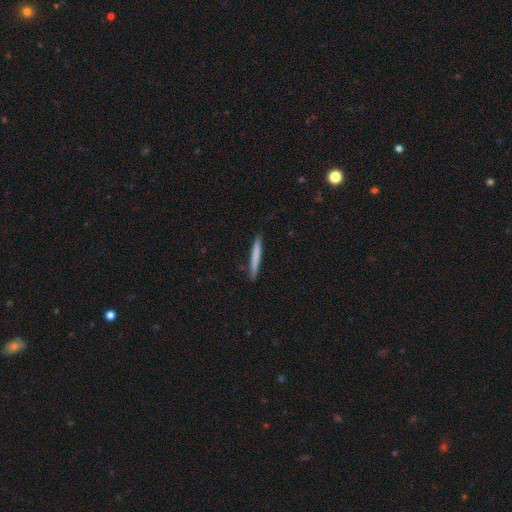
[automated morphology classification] Smooth or featured? Predicted: smooth (p=0.72). How rounded? Predicted: cigar-shaped (p=0.97). Merging? Predicted: none (p=0.89).